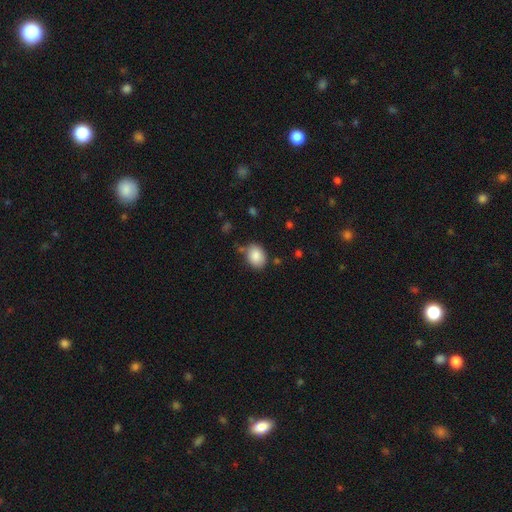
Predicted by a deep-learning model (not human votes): This is clearly a smooth galaxy (87%). How rounded: likely in between (65%). Merging: likely none (75%).